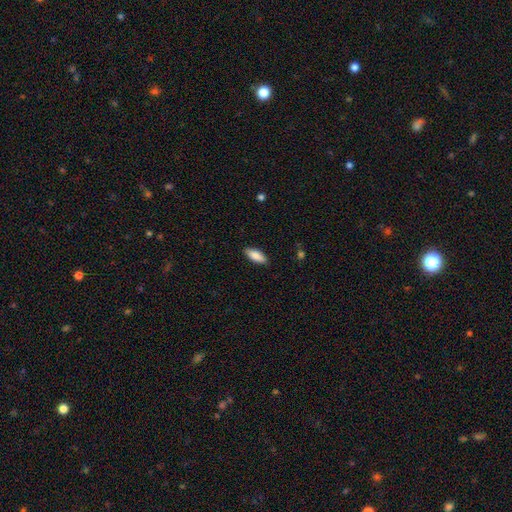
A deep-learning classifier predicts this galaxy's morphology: A smooth galaxy with no disk features (86%) that is in between round and cigar-shaped (78%).

Vote fractions:
- Smooth or featured? smooth: 86% / featured or disk: 8% / star or artifact: 6%
- How rounded? in between: 78% / cigar-shaped: 20% / round: 2%
- Merging? none: 88% / minor disturbance: 9% / major disturbance: 2% / merger: 1%